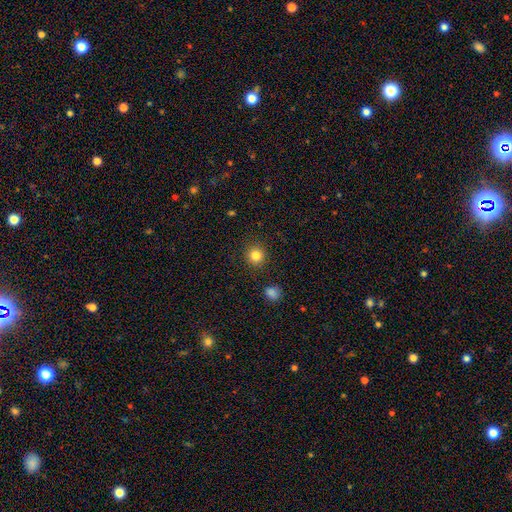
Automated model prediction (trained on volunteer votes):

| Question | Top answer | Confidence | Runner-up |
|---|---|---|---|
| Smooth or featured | smooth | 83% | star or artifact (12%) |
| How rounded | round | 93% | in between (6%) |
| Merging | none | 90% | minor disturbance (6%) |